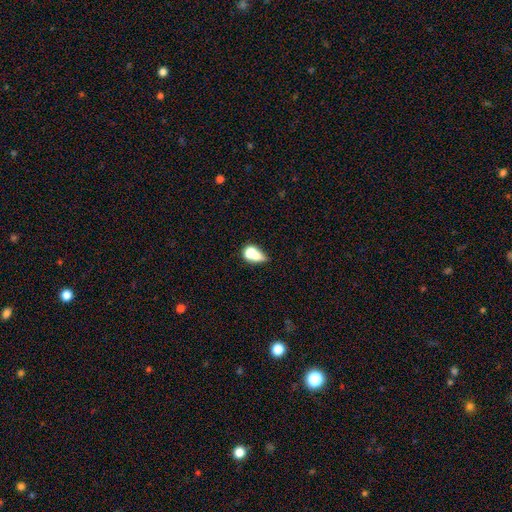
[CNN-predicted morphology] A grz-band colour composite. It shows a smooth galaxy with no disk features (65%) that is in between round and cigar-shaped (54%). Merging: merger (49%).